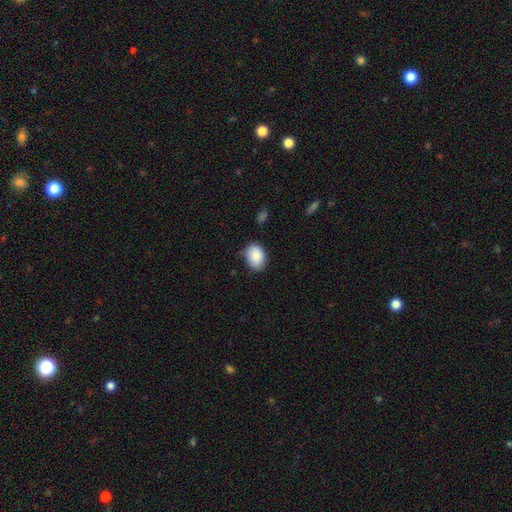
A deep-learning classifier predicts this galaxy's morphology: type=smooth (88%); roundness=in between (79%); merging=none (75%).